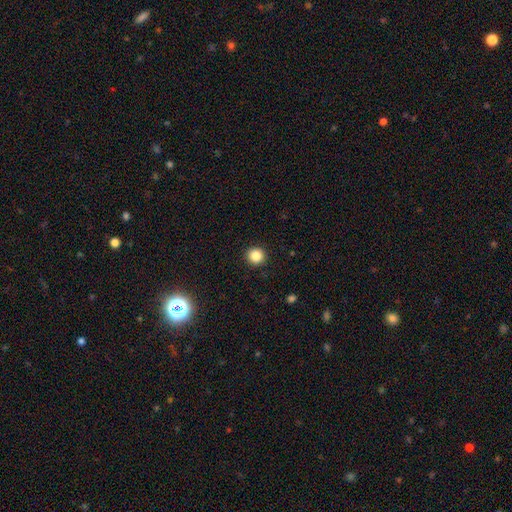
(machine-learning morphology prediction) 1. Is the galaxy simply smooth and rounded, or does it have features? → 86% smooth, 10% star or artifact, 4% featured or disk.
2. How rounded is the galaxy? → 94% round, 5% in between, 1% cigar-shaped.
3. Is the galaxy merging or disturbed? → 93% none, 4% minor disturbance, 2% major disturbance, 1% merger.